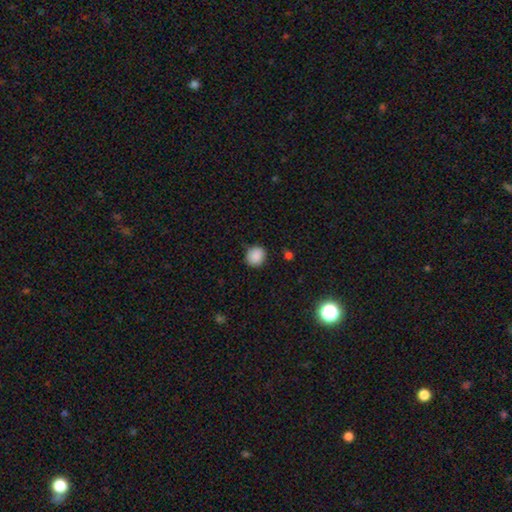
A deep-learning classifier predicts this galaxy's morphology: smooth 88%, star or artifact 9%, featured or disk 3%. Down the decision tree: how rounded — round (84%); merging — none (85%).